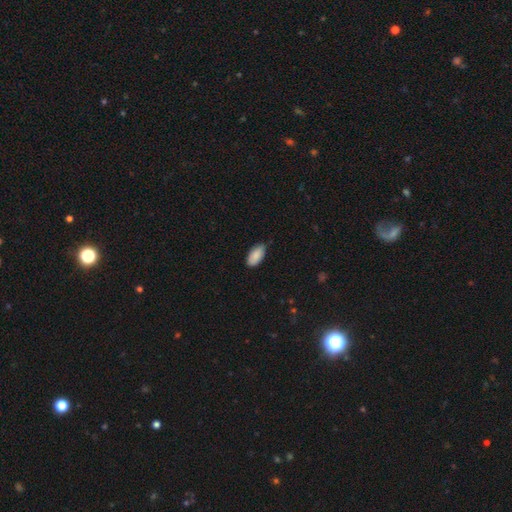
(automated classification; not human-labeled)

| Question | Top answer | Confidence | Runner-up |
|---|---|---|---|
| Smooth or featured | smooth | 88% | star or artifact (6%) |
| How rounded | in between | 94% | cigar-shaped (4%) |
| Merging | none | 77% | minor disturbance (20%) |